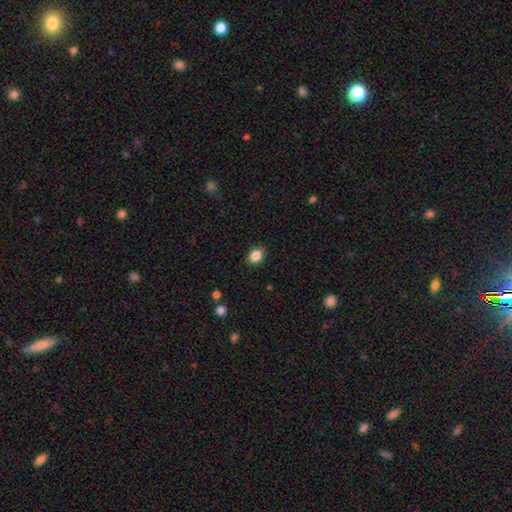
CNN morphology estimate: smooth_or_featured: smooth (p=0.86) [alt: star or artifact p=0.10]
how_rounded: in between (p=0.52) [alt: round p=0.47]
merging: none (p=0.89) [alt: minor disturbance p=0.08]